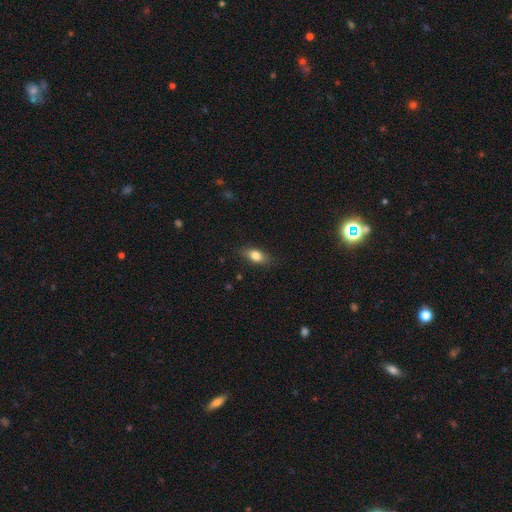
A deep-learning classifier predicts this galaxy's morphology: type=smooth (81%); roundness=in between (83%); merging=none (82%).